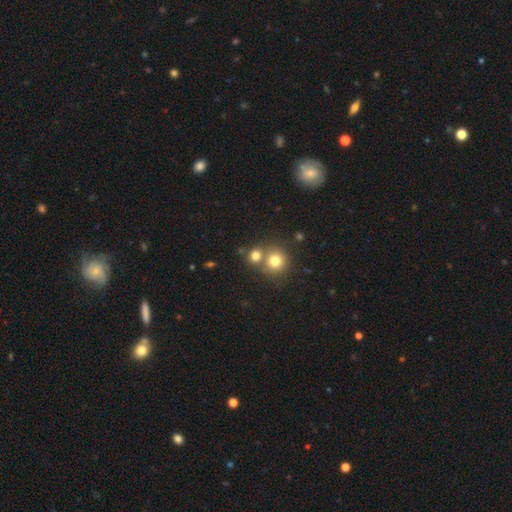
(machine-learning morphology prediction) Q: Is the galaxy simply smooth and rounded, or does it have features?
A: smooth — 76%.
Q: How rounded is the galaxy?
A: round — 83%.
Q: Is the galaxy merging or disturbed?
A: none — 51%.